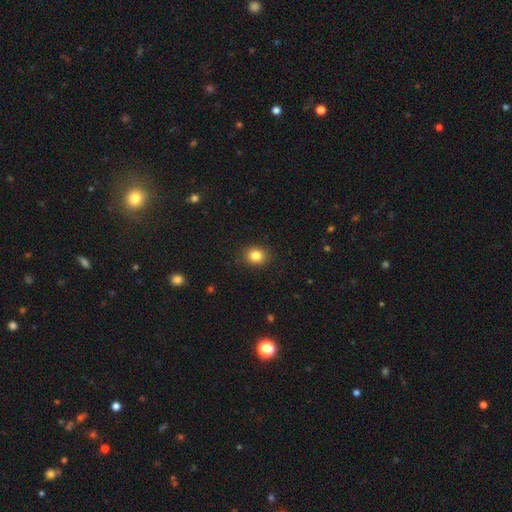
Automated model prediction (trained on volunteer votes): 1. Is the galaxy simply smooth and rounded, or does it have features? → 83% smooth, 10% star or artifact, 7% featured or disk.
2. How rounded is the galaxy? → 61% round, 38% in between, 1% cigar-shaped.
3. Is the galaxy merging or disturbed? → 88% none, 9% minor disturbance, 2% major disturbance, 1% merger.